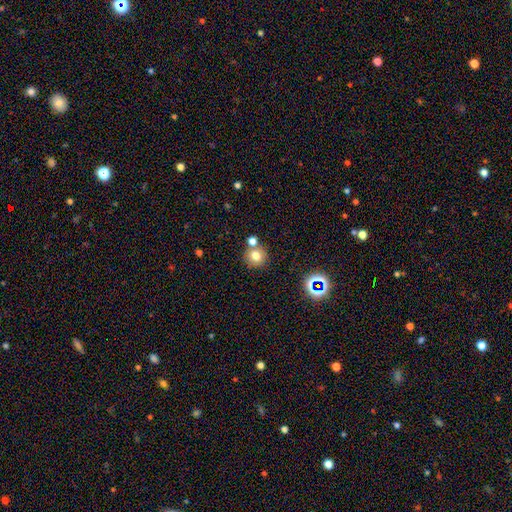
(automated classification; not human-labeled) Smooth or featured: smooth — 74% (star or artifact — 16%)
How rounded: round — 90% (in between — 9%)
Merging: none — 69% (merger — 20%)